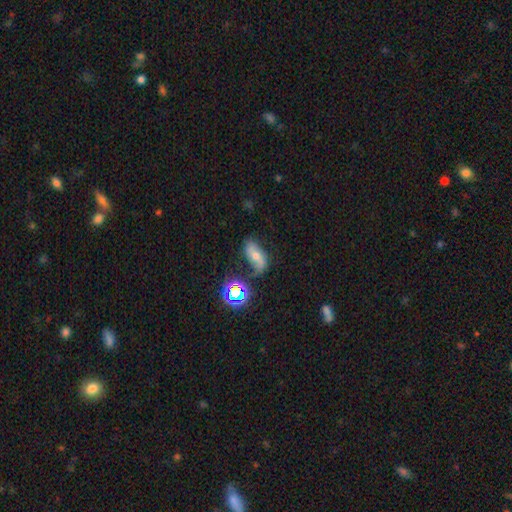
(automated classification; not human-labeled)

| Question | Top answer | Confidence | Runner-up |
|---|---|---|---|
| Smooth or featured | featured or disk | 48% | smooth (35%) |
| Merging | none | 60% | minor disturbance (25%) |